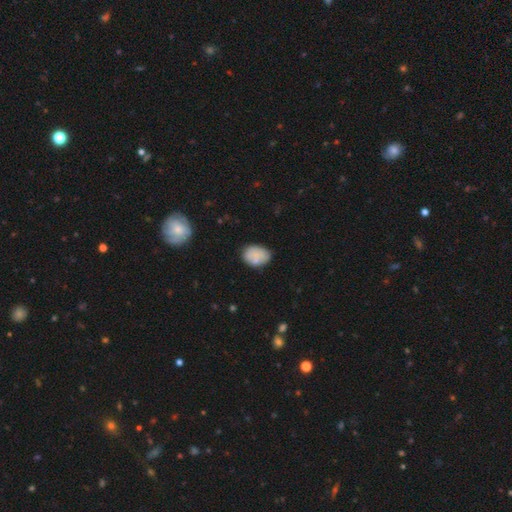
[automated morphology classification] Smooth or featured?
  - smooth: 73% *
  - featured or disk: 19%
  - star or artifact: 8%
How rounded?
  - in between: 78% *
  - round: 20%
  - cigar-shaped: 1%
Merging?
  - none: 64% *
  - minor disturbance: 23%
  - merger: 7%
  - major disturbance: 6%